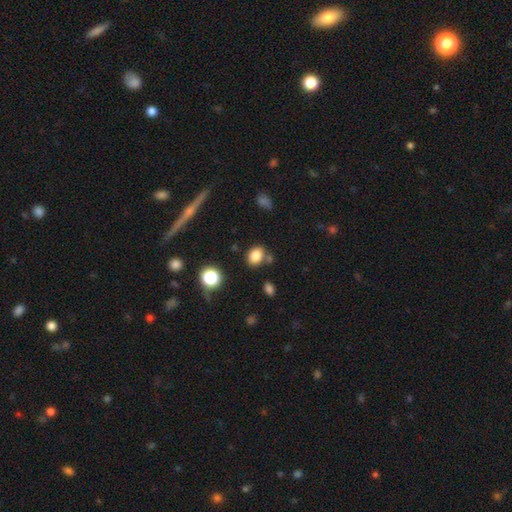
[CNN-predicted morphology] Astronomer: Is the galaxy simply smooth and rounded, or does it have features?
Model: smooth — 82%.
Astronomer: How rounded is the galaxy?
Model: in between — 60% (runner-up: round, 39%).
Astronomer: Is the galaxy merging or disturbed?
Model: none — 73%.